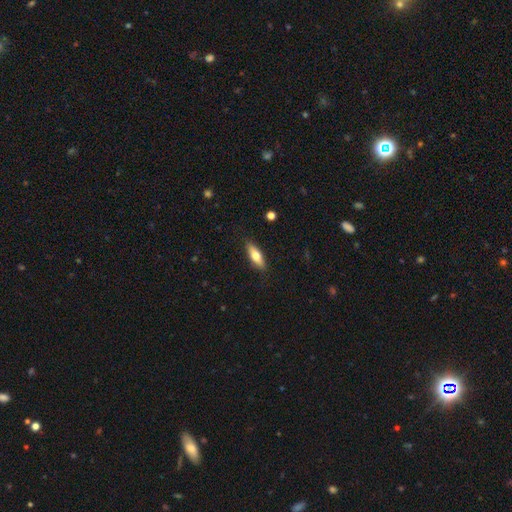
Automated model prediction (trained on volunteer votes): Smooth or featured? Predicted: smooth (p=0.64). How rounded? Predicted: in between (p=0.55). Merging? Predicted: none (p=0.87).